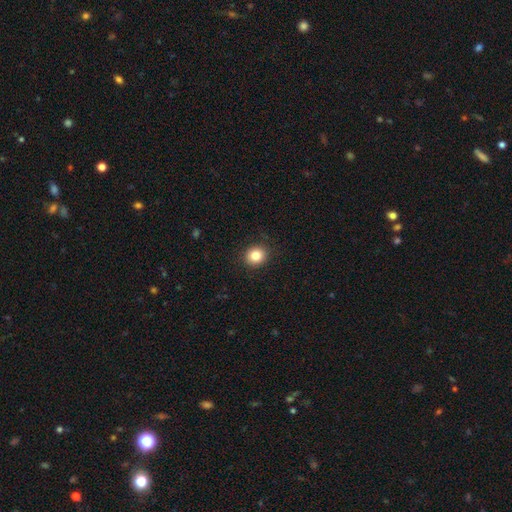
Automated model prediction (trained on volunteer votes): The model was most divided on "how rounded": round: 82%, in between: 17%, cigar-shaped: 1%. More confident: merging — none (90%); smooth or featured — smooth (84%).